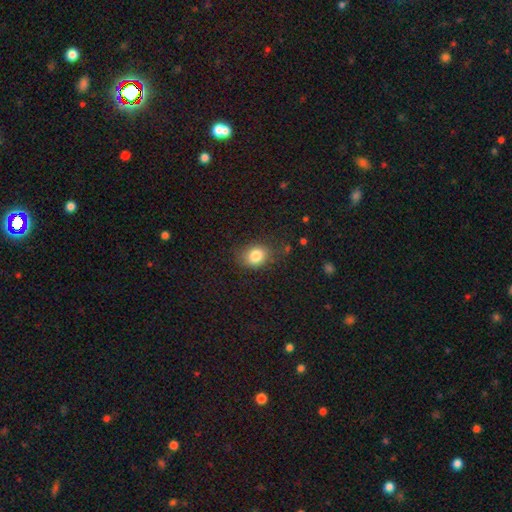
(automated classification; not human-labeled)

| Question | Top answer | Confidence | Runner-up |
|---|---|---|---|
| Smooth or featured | smooth | 83% | star or artifact (10%) |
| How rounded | in between | 50% | tied: round (50%) |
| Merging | none | 76% | minor disturbance (17%) |